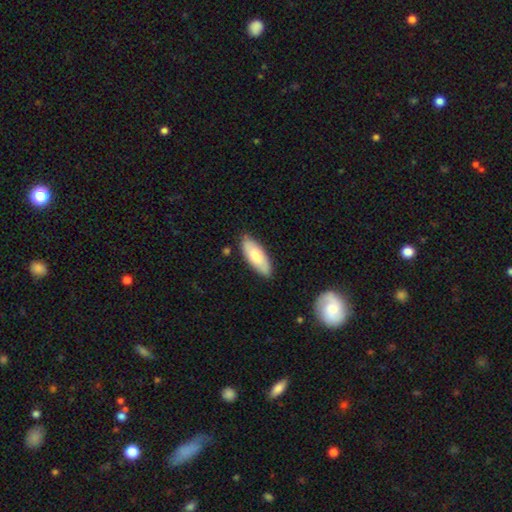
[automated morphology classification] Smooth or featured?
  - smooth: 73% *
  - featured or disk: 22%
  - star or artifact: 5%
How rounded?
  - in between: 75% *
  - cigar-shaped: 23%
  - round: 2%
Merging?
  - none: 84% *
  - minor disturbance: 13%
  - major disturbance: 2%
  - merger: 2%